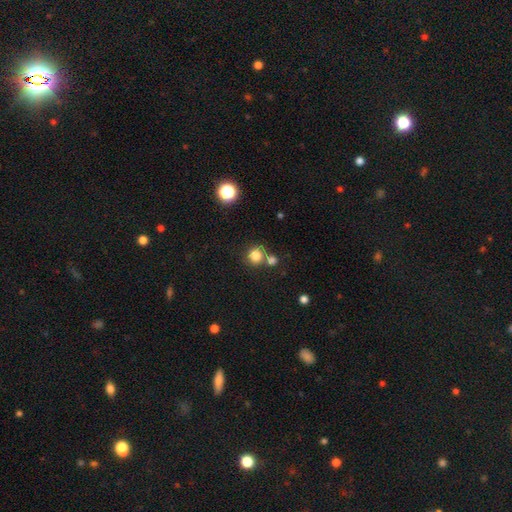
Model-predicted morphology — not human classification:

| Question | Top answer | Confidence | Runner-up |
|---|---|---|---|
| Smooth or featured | smooth | 81% | star or artifact (13%) |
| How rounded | round | 91% | in between (8%) |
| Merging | none | 66% | merger (22%) |